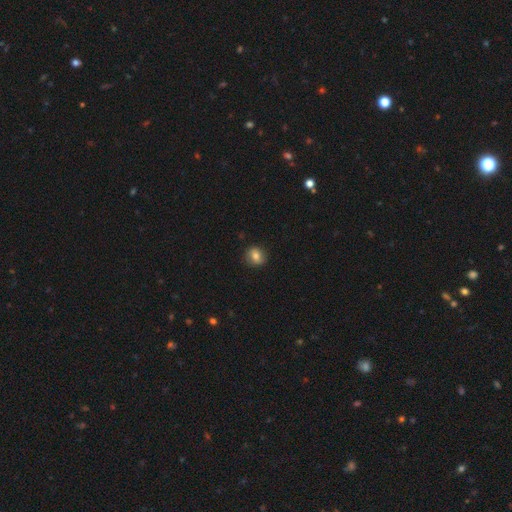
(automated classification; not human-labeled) This appears to be a smooth galaxy with no disk features (75%) that is round (73%). Merging: none (83%).